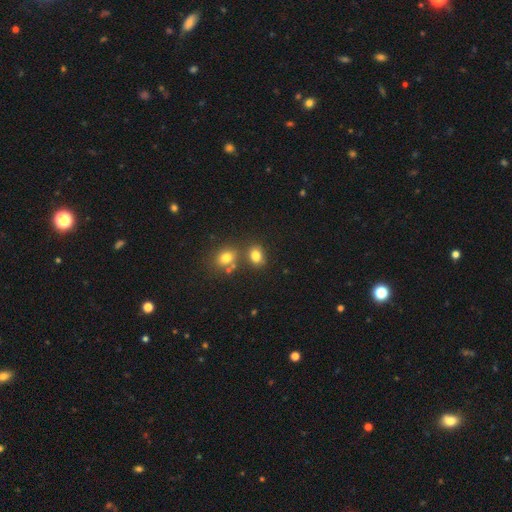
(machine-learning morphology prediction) Smooth or featured? smooth (79%)
How rounded? in between (66%)
Merging? none (60%)